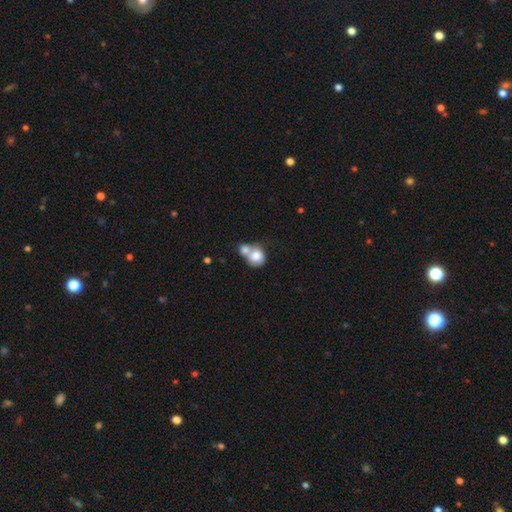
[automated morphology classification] Smooth or featured? smooth (77%)
How rounded? round (73%)
Merging? merger (66%)